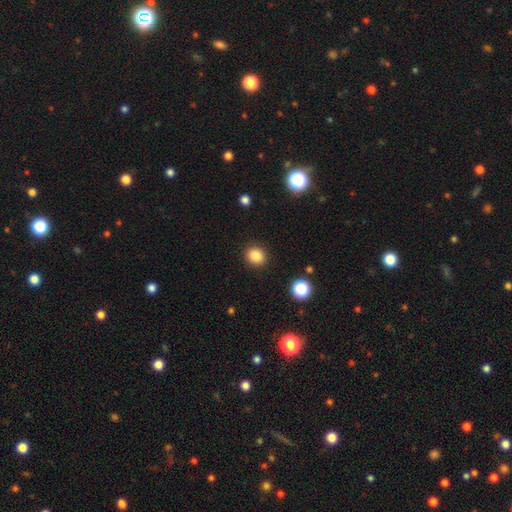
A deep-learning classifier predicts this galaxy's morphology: smooth-or-featured: smooth: 85% | star or artifact: 11% | featured or disk: 4%
  how-rounded: round: 82% | in between: 17% | cigar-shaped: 1%
  merging: none: 91% | minor disturbance: 6% | major disturbance: 2% | merger: 1%